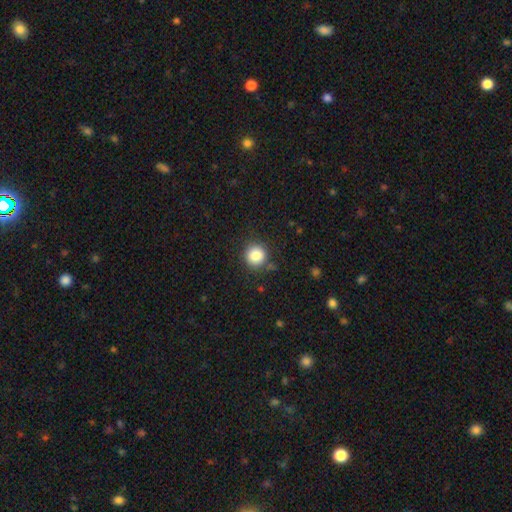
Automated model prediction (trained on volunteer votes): smooth 84%, star or artifact 10%, featured or disk 6%. Down the decision tree: how rounded — round (92%); merging — none (86%).